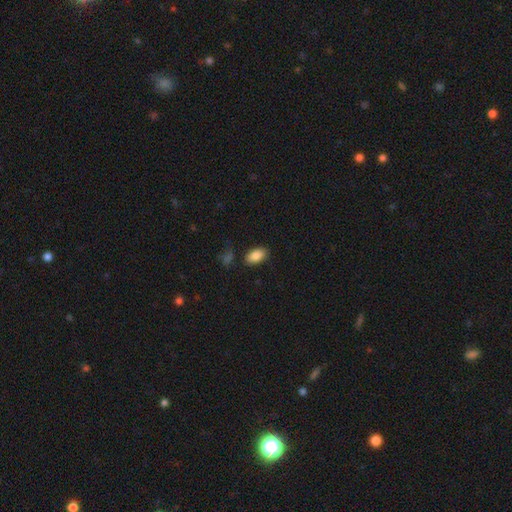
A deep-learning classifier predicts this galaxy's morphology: This is clearly a smooth galaxy (87%). How rounded: clearly in between (93%). Merging: clearly none (83%).